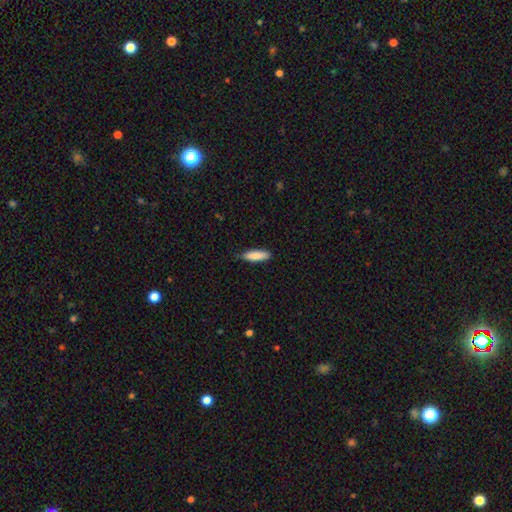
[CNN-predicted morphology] type=smooth (86%); roundness=cigar-shaped (52%); merging=none (82%).